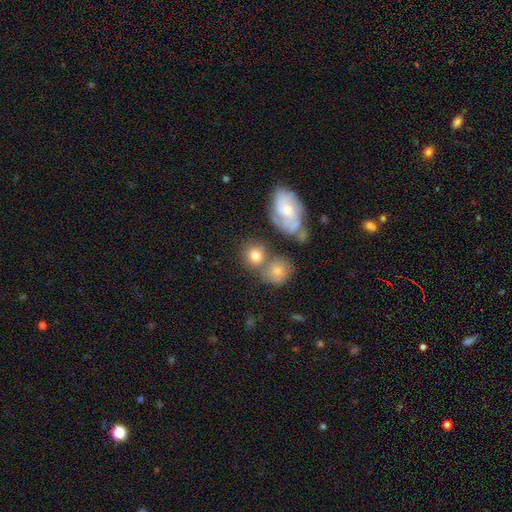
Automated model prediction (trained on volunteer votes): This is likely a smooth galaxy (71%). How rounded: likely round (76%). Merging: possibly none (53%).